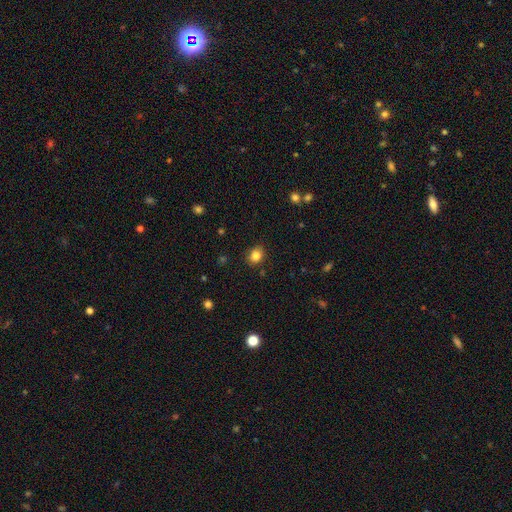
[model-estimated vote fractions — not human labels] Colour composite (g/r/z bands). It shows a smooth galaxy with no disk features (83%) that is round (62%). Merging: none (86%).